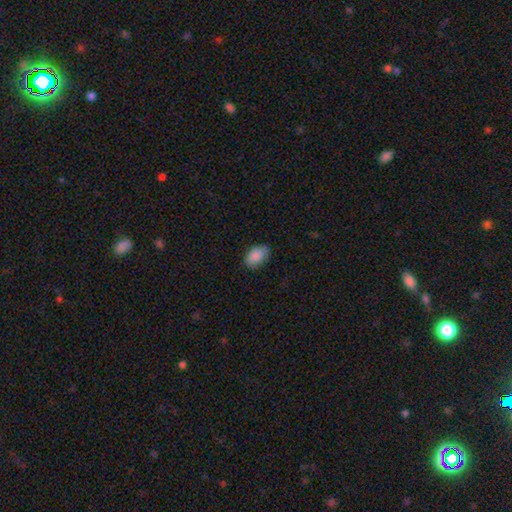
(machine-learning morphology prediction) A smooth galaxy with no disk features (88%) that is in between round and cigar-shaped (91%).

Vote fractions:
- Smooth or featured? smooth: 88% / star or artifact: 7% / featured or disk: 5%
- How rounded? in between: 91% / round: 8% / cigar-shaped: 1%
- Merging? none: 80% / minor disturbance: 16% / major disturbance: 3% / merger: 1%